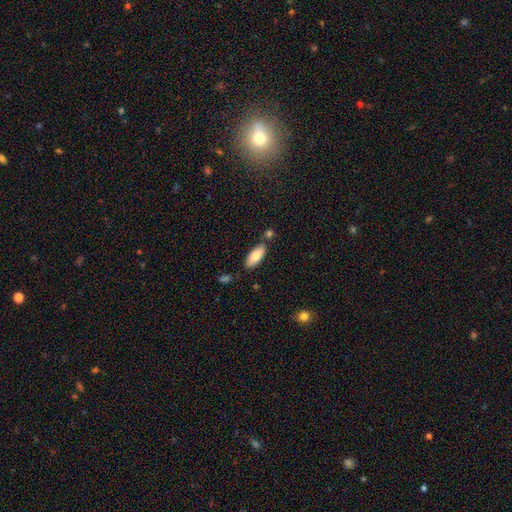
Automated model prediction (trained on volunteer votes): Overall: smooth (78%). How rounded: in between (79%). Merging: none (79%).